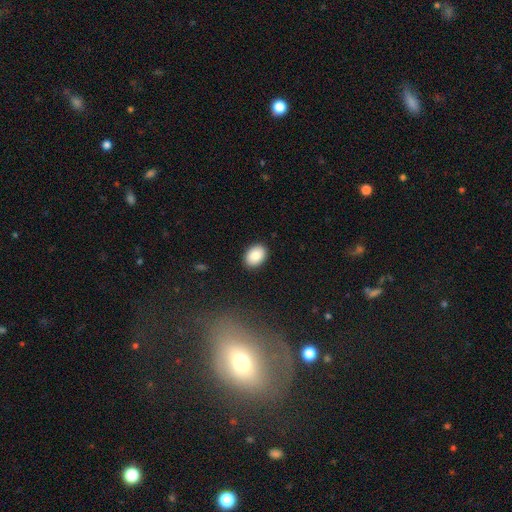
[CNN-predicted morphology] Smooth or featured?
  - smooth: 88% *
  - star or artifact: 7%
  - featured or disk: 5%
How rounded?
  - in between: 80% *
  - round: 19%
  - cigar-shaped: 1%
Merging?
  - none: 90% *
  - minor disturbance: 7%
  - major disturbance: 2%
  - merger: 1%